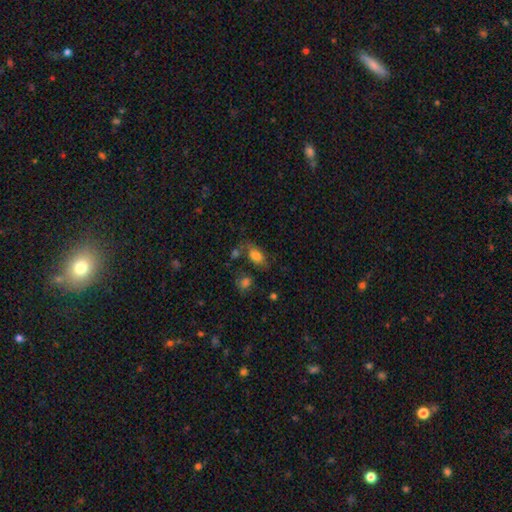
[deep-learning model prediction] smooth-or-featured: smooth: 75% | featured or disk: 16% | star or artifact: 9%
  how-rounded: in between: 89% | round: 8% | cigar-shaped: 3%
  merging: none: 53% | minor disturbance: 20% | merger: 16% | major disturbance: 11%